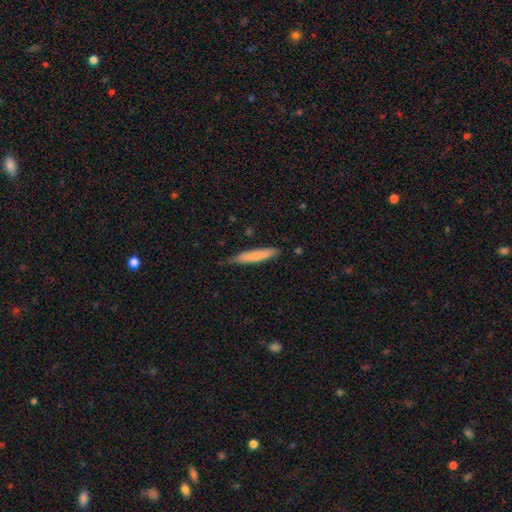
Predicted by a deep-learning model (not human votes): This is likely a smooth galaxy (77%). How rounded: clearly cigar-shaped (93%). Merging: likely none (76%).